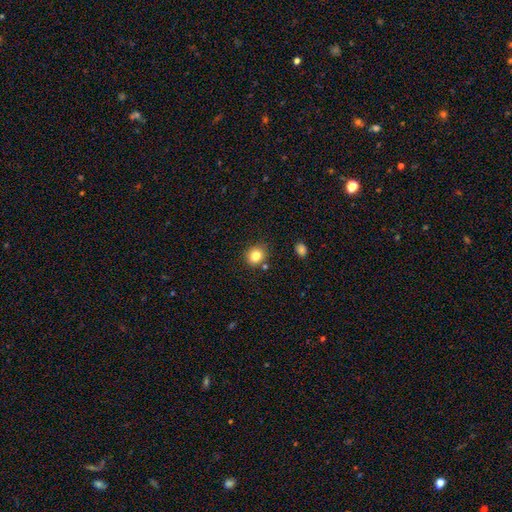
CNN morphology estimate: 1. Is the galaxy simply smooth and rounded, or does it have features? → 82% smooth, 11% star or artifact, 7% featured or disk.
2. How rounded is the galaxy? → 81% round, 18% in between, 1% cigar-shaped.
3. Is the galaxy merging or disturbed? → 84% none, 9% minor disturbance, 5% merger, 2% major disturbance.